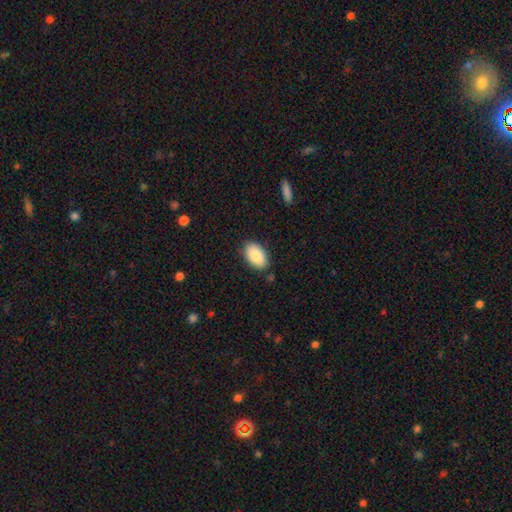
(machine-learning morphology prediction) A smooth galaxy with no disk features (86%) that is in between round and cigar-shaped (93%).

Vote fractions:
- Smooth or featured? smooth: 86% / featured or disk: 8% / star or artifact: 6%
- How rounded? in between: 93% / round: 6% / cigar-shaped: 1%
- Merging? none: 85% / minor disturbance: 11% / major disturbance: 2% / merger: 2%